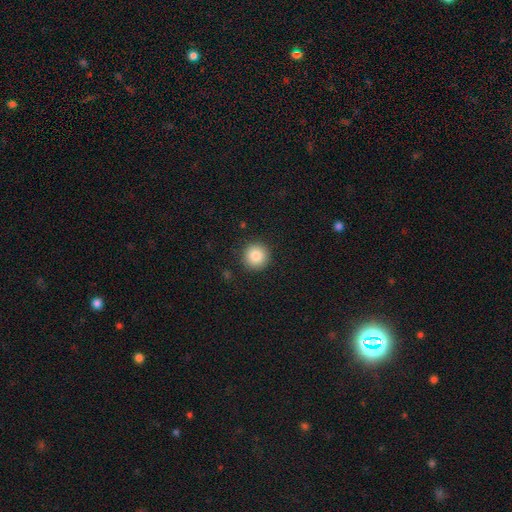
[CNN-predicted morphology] This appears to be a smooth galaxy with no disk features (85%) that is round (95%). Merging: none (91%).